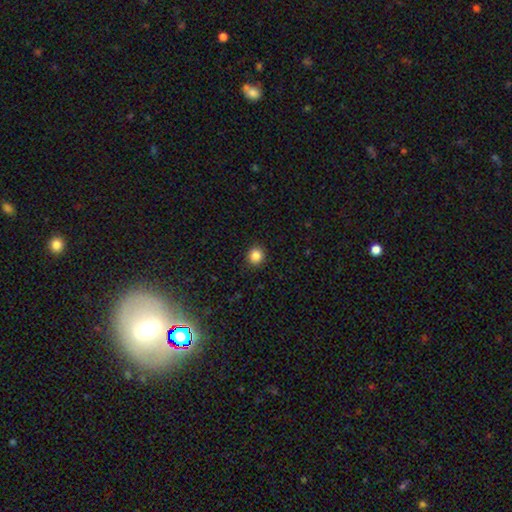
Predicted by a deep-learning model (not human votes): The model was most divided on "smooth or featured": smooth: 86%, star or artifact: 10%, featured or disk: 4%. More confident: merging — none (92%); how rounded — round (89%).